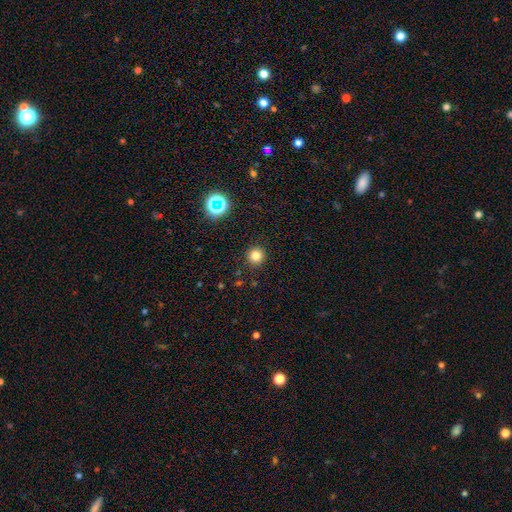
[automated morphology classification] Smooth or featured: smooth — 79% (star or artifact — 16%)
How rounded: round — 95% (in between — 4%)
Merging: none — 91% (minor disturbance — 5%)